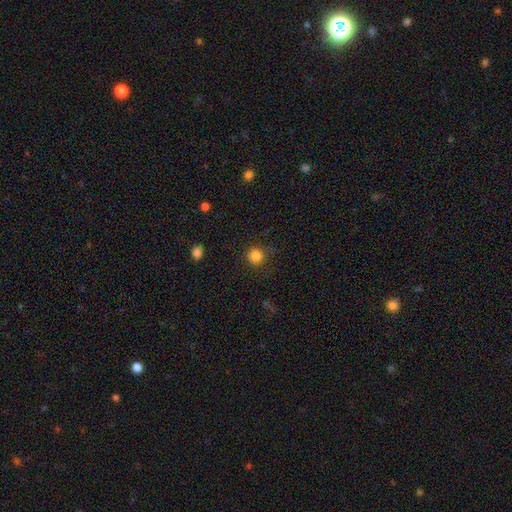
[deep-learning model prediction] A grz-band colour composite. It shows a smooth galaxy with no disk features (84%) that is round (94%). Merging: none (86%).